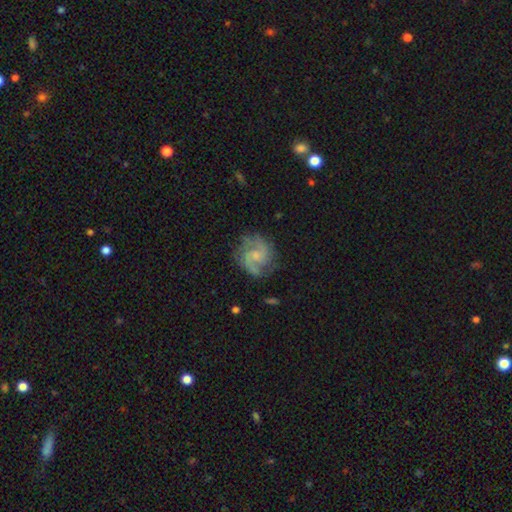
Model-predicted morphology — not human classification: Smooth or featured: featured or disk — 87% (smooth — 8%)
Edge-on disk: no — 98% (yes — 2%)
Bar: no — 55% (weak — 40%)
Spiral arms: yes — 97% (no — 3%)
Spiral winding: medium — 54% (tight — 32%)
Spiral arm count: 2 — 82% (3 — 7%)
Bulge size: small — 60% (moderate — 26%)
Merging: none — 76% (minor disturbance — 16%)